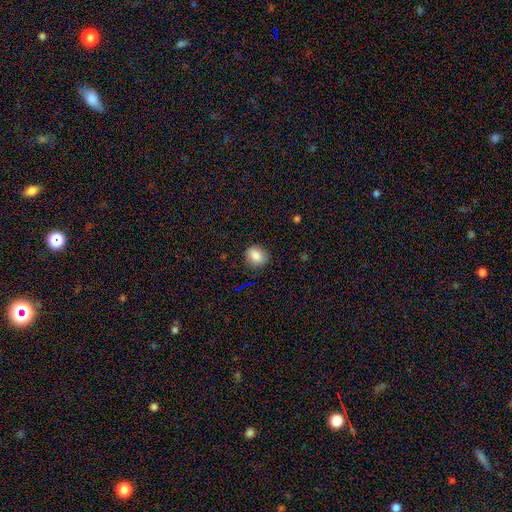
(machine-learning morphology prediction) Q: Smooth or featured?
A: smooth (83%); runner-up: star or artifact (10%)
Q: How rounded?
A: round (71%); runner-up: in between (27%)
Q: Merging?
A: none (84%); runner-up: minor disturbance (12%)